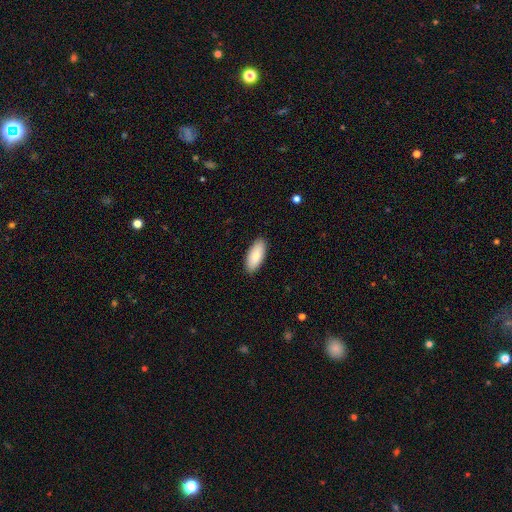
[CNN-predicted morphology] Smooth or featured: smooth — 84% (featured or disk — 11%)
How rounded: in between — 85% (cigar-shaped — 13%)
Merging: none — 90% (minor disturbance — 8%)